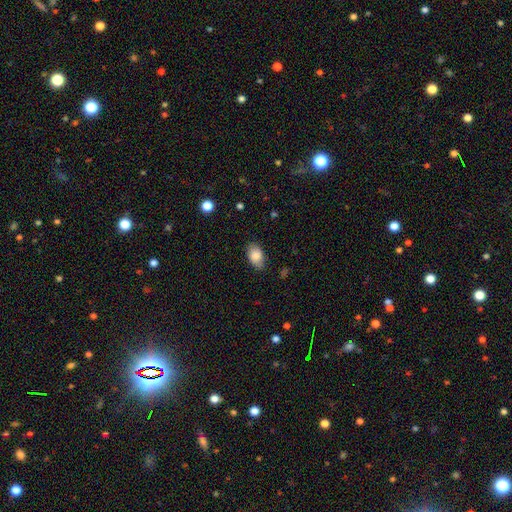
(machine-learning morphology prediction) smooth_or_featured: smooth (p=0.85) [alt: featured or disk p=0.08]
how_rounded: in between (p=0.91) [alt: round p=0.07]
merging: none (p=0.81) [alt: minor disturbance p=0.15]